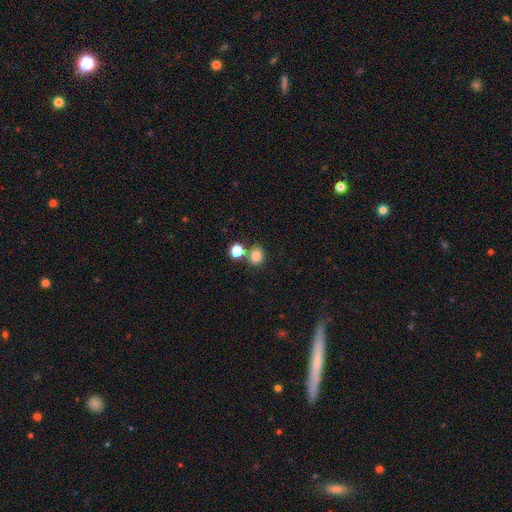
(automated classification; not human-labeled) A smooth galaxy with no disk features (81%) that is round (64%).

Vote fractions:
- Smooth or featured? smooth: 81% / star or artifact: 13% / featured or disk: 6%
- How rounded? round: 64% / in between: 35% / cigar-shaped: 1%
- Merging? none: 66% / merger: 21% / minor disturbance: 9% / major disturbance: 4%